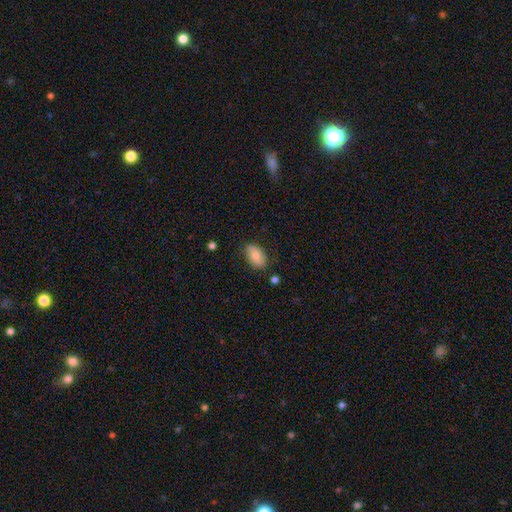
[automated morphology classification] A smooth galaxy with no disk features (81%) that is in between round and cigar-shaped (92%).

Vote fractions:
- Smooth or featured? smooth: 81% / featured or disk: 12% / star or artifact: 7%
- How rounded? in between: 92% / round: 6% / cigar-shaped: 2%
- Merging? none: 78% / minor disturbance: 17% / major disturbance: 4% / merger: 2%